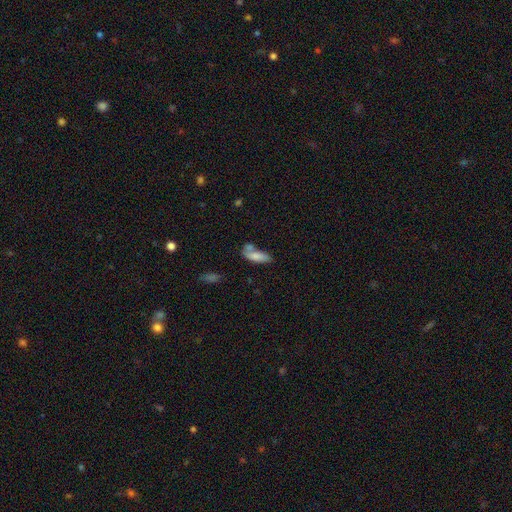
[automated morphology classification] Smooth or featured? smooth (78%)
How rounded? in between (67%)
Merging? none (43%)